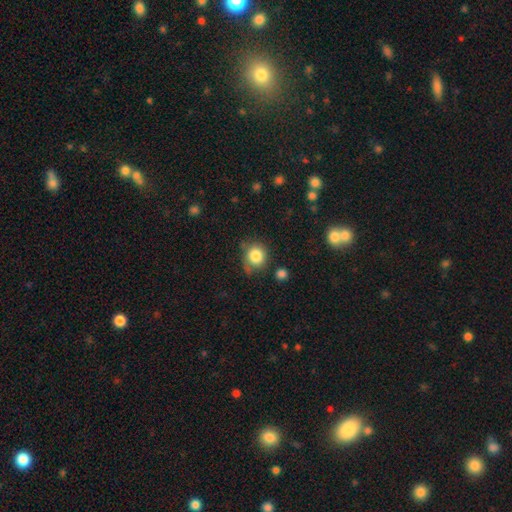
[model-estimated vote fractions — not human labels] Q: Smooth or featured?
A: smooth (84%); runner-up: star or artifact (10%)
Q: How rounded?
A: round (82%); runner-up: in between (17%)
Q: Merging?
A: none (67%); runner-up: minor disturbance (21%)